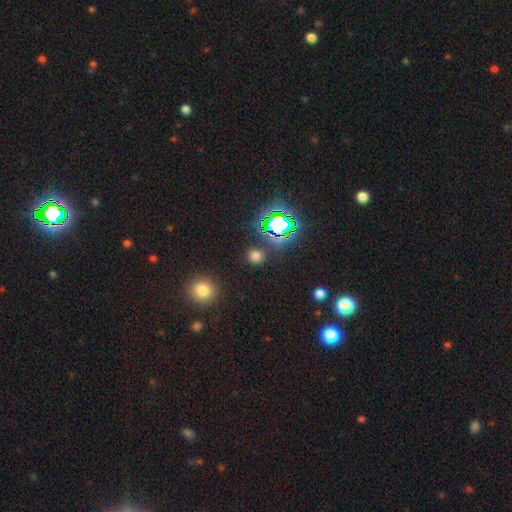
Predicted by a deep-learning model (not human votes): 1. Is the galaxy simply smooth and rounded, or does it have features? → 58% smooth, 36% star or artifact, 6% featured or disk.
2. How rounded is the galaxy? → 80% round, 19% in between, 1% cigar-shaped.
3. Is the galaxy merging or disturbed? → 85% none, 8% minor disturbance, 4% merger, 3% major disturbance.